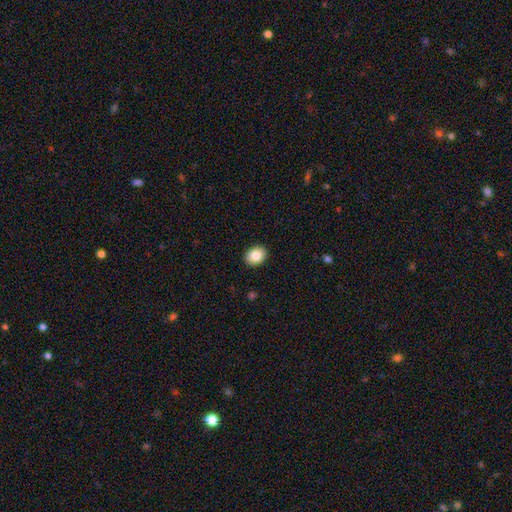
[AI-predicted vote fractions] smooth_or_featured: smooth (p=0.85) [alt: star or artifact p=0.08]
how_rounded: in between (p=0.56) [alt: round p=0.43]
merging: none (p=0.91) [alt: minor disturbance p=0.06]